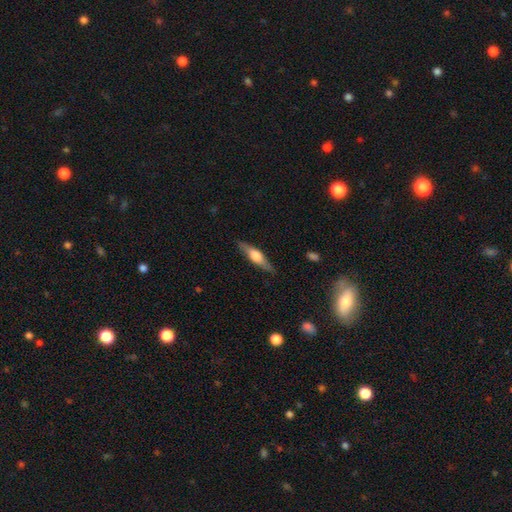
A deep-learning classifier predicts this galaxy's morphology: Overall: featured or disk (58%; smooth 36%). Edge-on disk: yes (94%). Edge-on bulge: rounded (87%). Merging: none (86%).